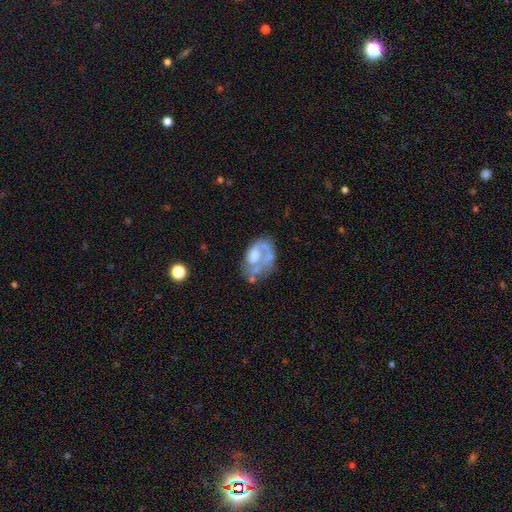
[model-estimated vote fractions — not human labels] Q: Smooth or featured?
A: featured or disk (64%); runner-up: smooth (29%)
Q: Edge-on disk?
A: no (97%); runner-up: yes (3%)
Q: Bar?
A: no (81%); runner-up: weak (16%)
Q: Spiral arms?
A: yes (56%); runner-up: no (44%)
Q: Bulge size?
A: moderate (32%); runner-up: none (27%)
Q: Merging?
A: none (40%); runner-up: major disturbance (29%)